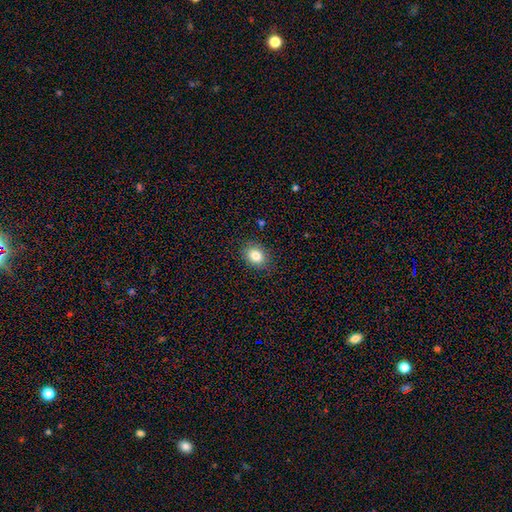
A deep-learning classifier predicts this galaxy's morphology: smooth 83%, star or artifact 9%, featured or disk 8%. Down the decision tree: how rounded — in between (56%); merging — none (85%).